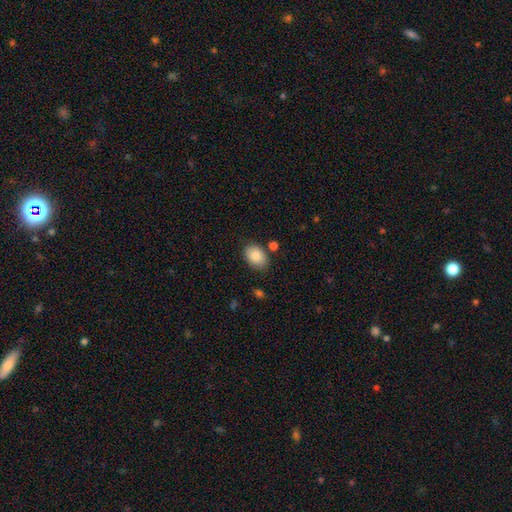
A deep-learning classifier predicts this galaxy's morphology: Smooth or featured: smooth — 86% (featured or disk — 7%)
How rounded: in between — 82% (round — 17%)
Merging: none — 79% (minor disturbance — 13%)